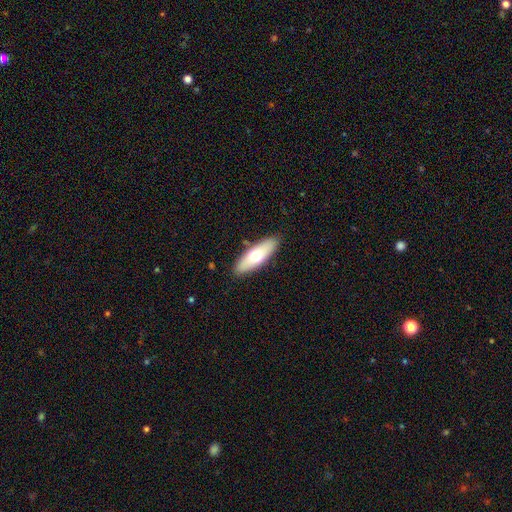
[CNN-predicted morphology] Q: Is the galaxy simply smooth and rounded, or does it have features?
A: smooth — 61%.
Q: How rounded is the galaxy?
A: in between — 58%.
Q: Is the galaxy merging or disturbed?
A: none — 87%.